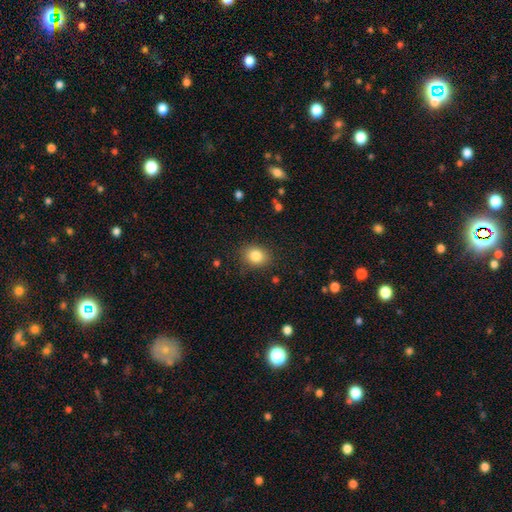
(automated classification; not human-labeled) smooth-or-featured: smooth: 84% | star or artifact: 10% | featured or disk: 6%
  how-rounded: round: 52% | in between: 47% | cigar-shaped: 1%
  merging: none: 85% | minor disturbance: 11% | major disturbance: 3% | merger: 1%